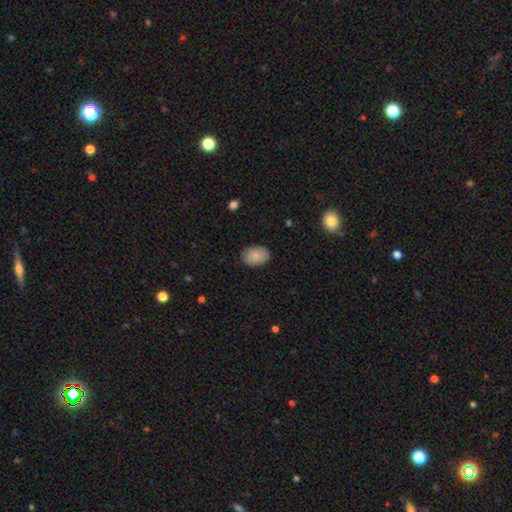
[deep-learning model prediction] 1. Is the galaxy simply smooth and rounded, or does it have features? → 86% smooth, 7% star or artifact, 7% featured or disk.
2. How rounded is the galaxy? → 80% in between, 19% round, 1% cigar-shaped.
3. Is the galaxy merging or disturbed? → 85% none, 11% minor disturbance, 2% major disturbance, 1% merger.